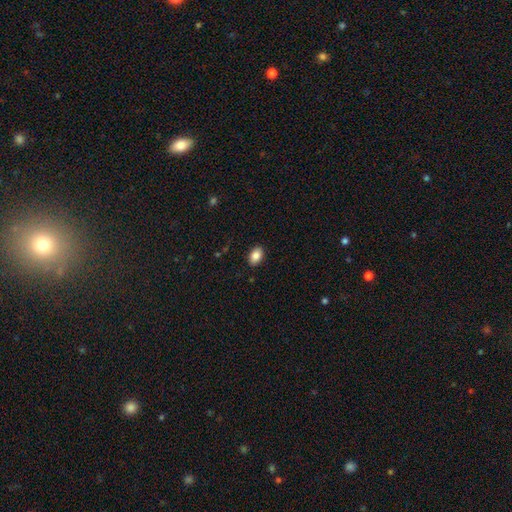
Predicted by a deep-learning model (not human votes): This appears to be a smooth galaxy with no disk features (87%) that is in between round and cigar-shaped (86%). Merging: none (89%).